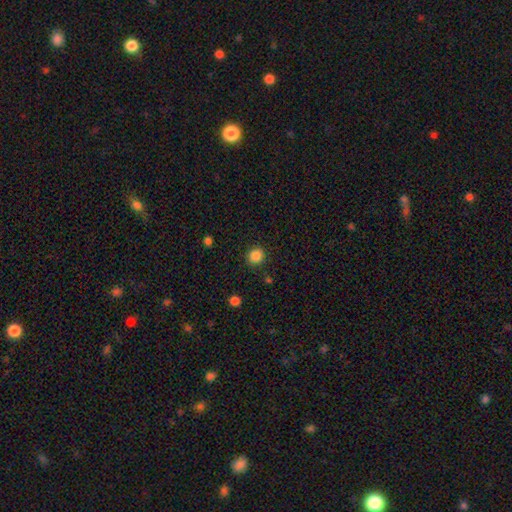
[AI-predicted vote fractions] Smooth or featured? smooth (86%)
How rounded? round (87%)
Merging? none (89%)